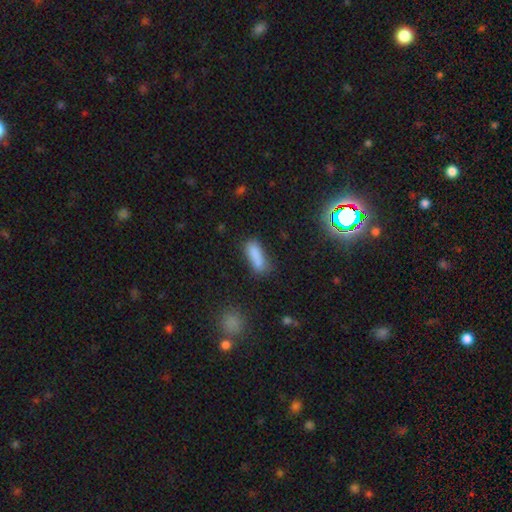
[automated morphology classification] Smooth or featured? smooth (82%)
How rounded? in between (60%)
Merging? none (56%)